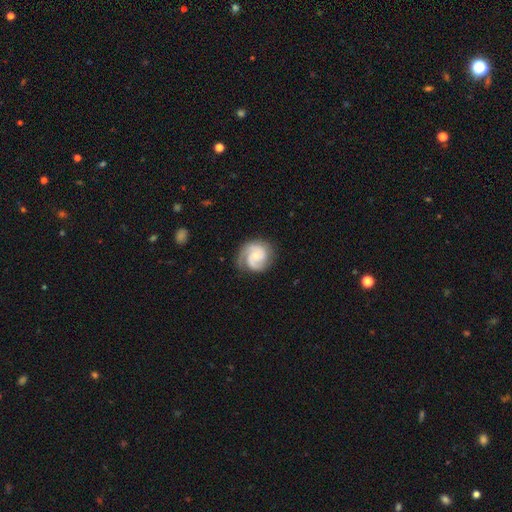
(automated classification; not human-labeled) Overall: featured or disk (80%). Edge-on disk: no (98%). Bar: no (67%; weak 29%). Spiral arms: yes (97%). Spiral arm count: 2 (63%). Spiral winding: tight (48%; medium 41%). Bulge size: small (65%; moderate 27%). Merging: none (73%).